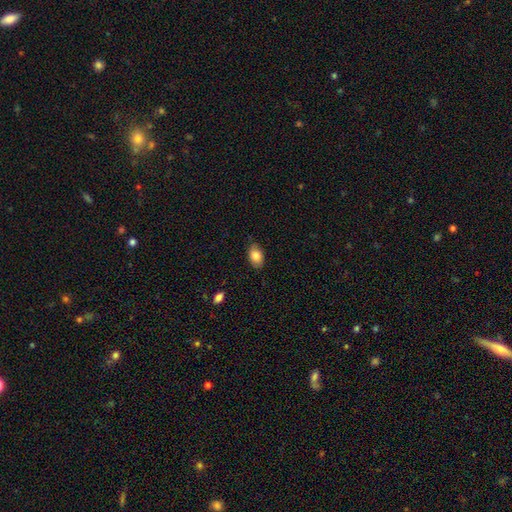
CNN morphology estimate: The model was most divided on "merging": none: 81%, minor disturbance: 15%, major disturbance: 2%, merger: 1%. More confident: how rounded — in between (88%); smooth or featured — smooth (83%).